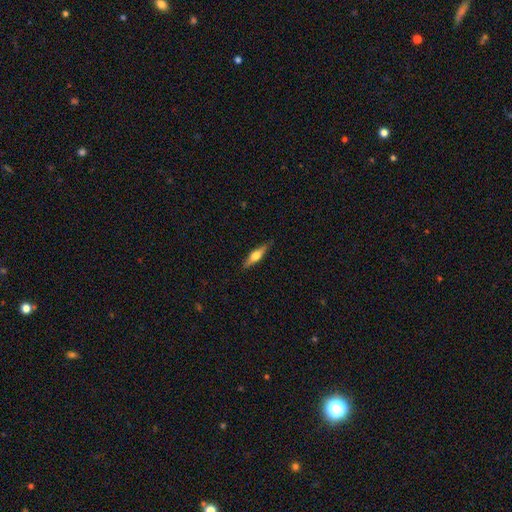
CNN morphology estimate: Overall: featured or disk (54%; smooth 40%). Edge-on disk: yes (94%). Edge-on bulge: rounded (91%). Merging: none (85%).